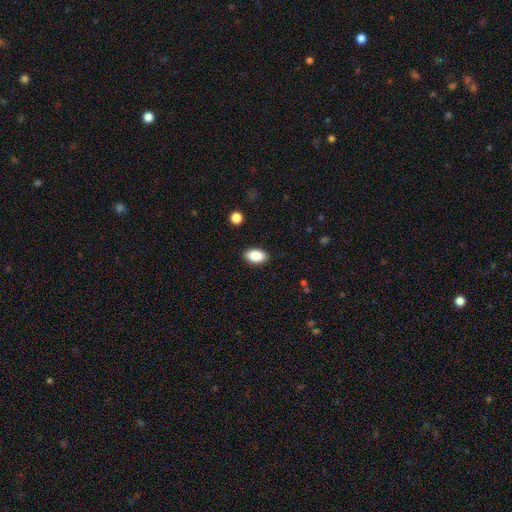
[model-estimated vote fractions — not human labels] Morphology: type=smooth (87%); roundness=in between (92%); merging=none (89%).